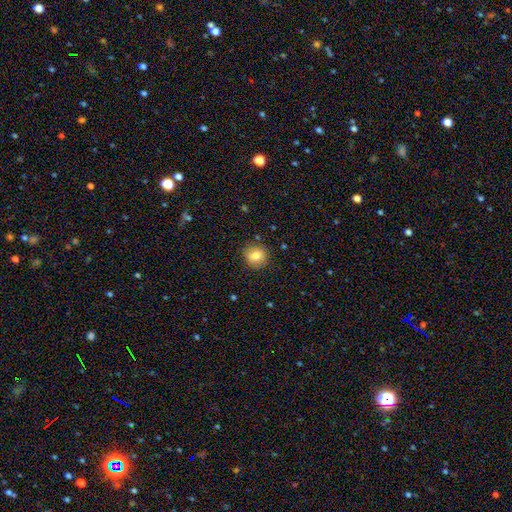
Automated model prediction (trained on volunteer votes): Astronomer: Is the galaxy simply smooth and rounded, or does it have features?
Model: smooth — 79%.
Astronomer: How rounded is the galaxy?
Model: round — 85%.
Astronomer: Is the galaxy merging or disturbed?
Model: none — 85%.